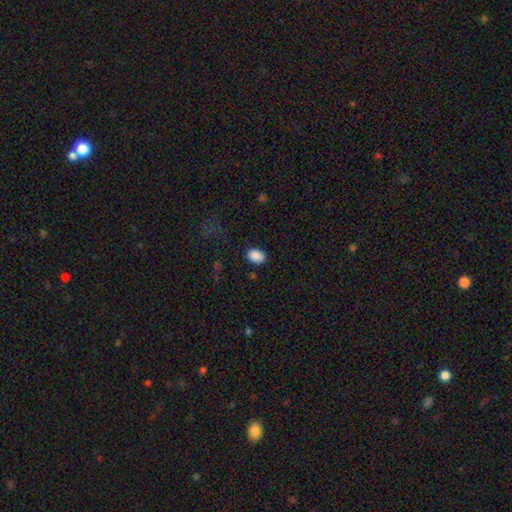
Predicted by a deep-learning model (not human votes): Morphology: type=smooth (89%); roundness=in between (82%); merging=none (86%).